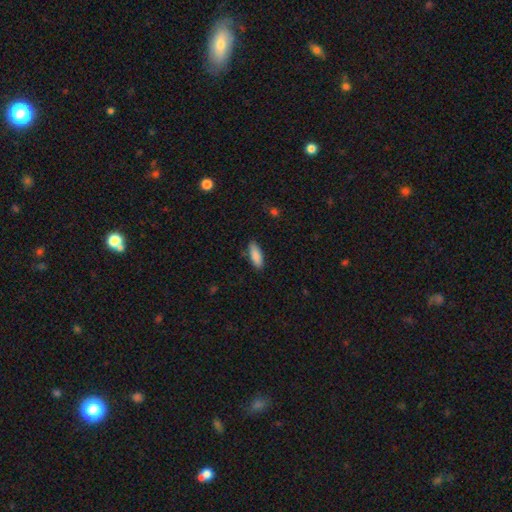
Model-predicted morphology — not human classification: This is clearly a smooth galaxy (88%). How rounded: likely in between (73%). Merging: clearly none (81%).